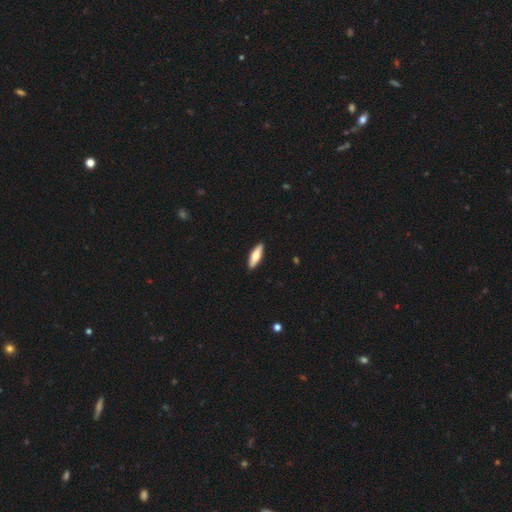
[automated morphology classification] Smooth or featured? smooth (70%)
How rounded? cigar-shaped (57%)
Merging? none (91%)